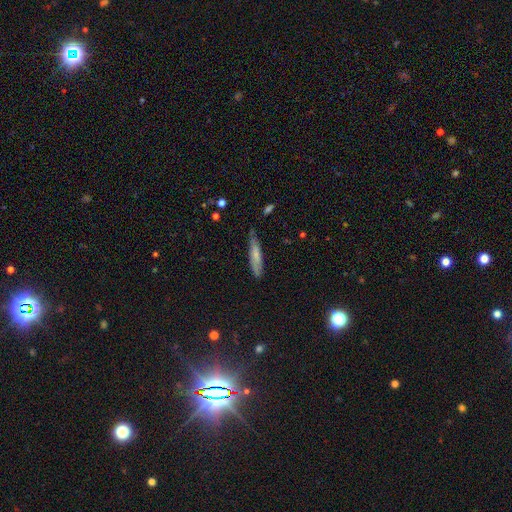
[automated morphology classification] The model was most divided on "smooth or featured": smooth: 67%, featured or disk: 26%, star or artifact: 7%. More confident: how rounded — cigar-shaped (85%); merging — none (72%).